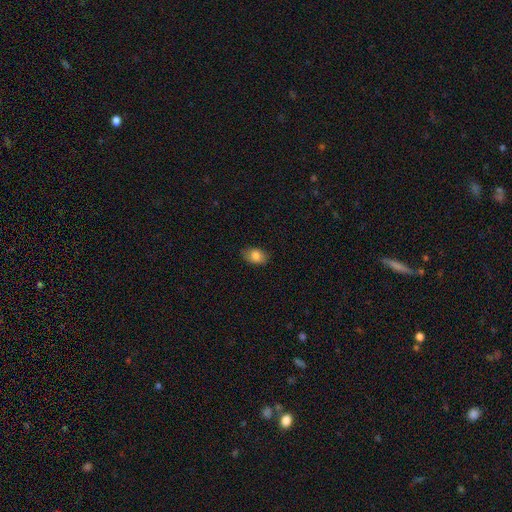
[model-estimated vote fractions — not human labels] This appears to be a smooth galaxy with no disk features (83%) that is in between round and cigar-shaped (87%). Merging: none (83%).